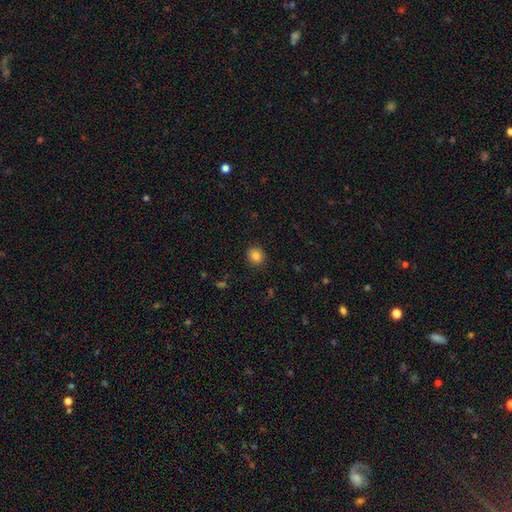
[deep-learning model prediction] The model was most divided on "how rounded": round: 82%, in between: 17%, cigar-shaped: 1%. More confident: merging — none (91%); smooth or featured — smooth (84%).